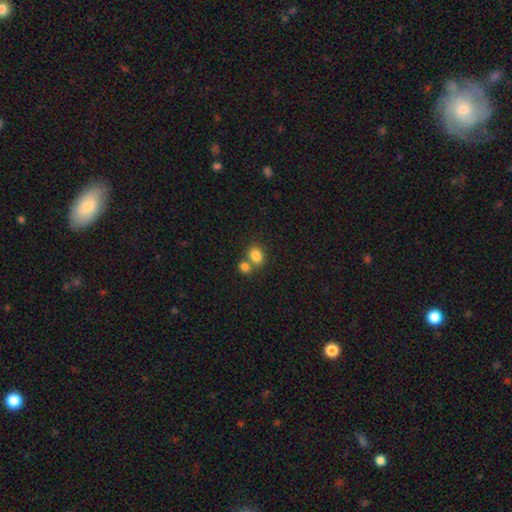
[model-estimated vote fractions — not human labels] The model was most divided on "merging" (2-way tie): merger: 44%, none: 44%, minor disturbance: 9%, major disturbance: 3%. More confident: smooth or featured — smooth (83%); how rounded — in between (57%).